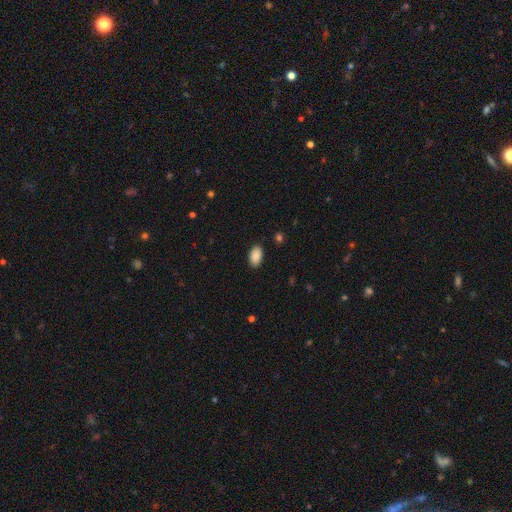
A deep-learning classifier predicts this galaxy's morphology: A smooth galaxy with no disk features (90%) that is in between round and cigar-shaped (94%). Merging: none (88%).